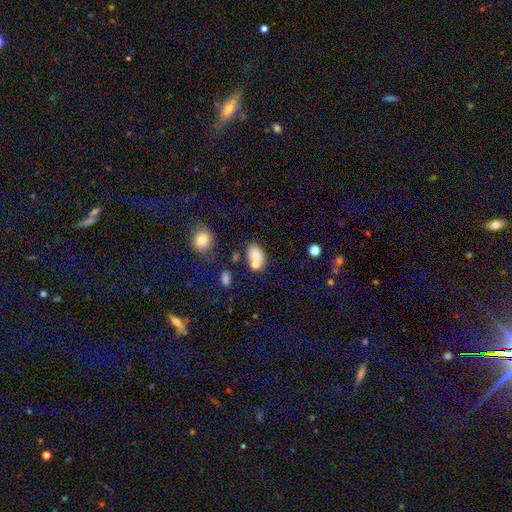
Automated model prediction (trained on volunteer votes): Morphology: type=smooth (76%); roundness=in between (77%); merging=none (51%).